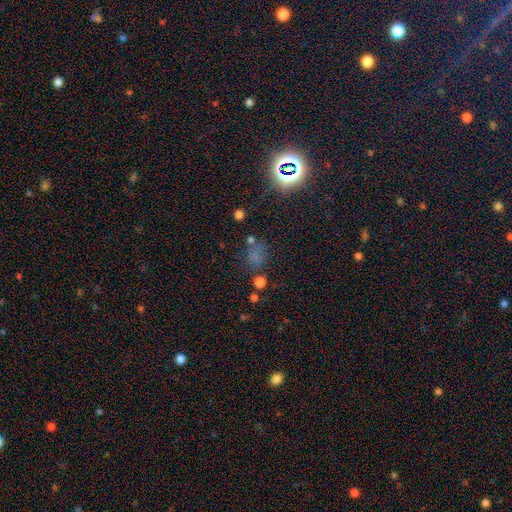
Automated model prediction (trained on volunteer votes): Overall: smooth (50%; star or artifact 39%). How rounded: round (52%; in between 46%). Merging: none (59%).